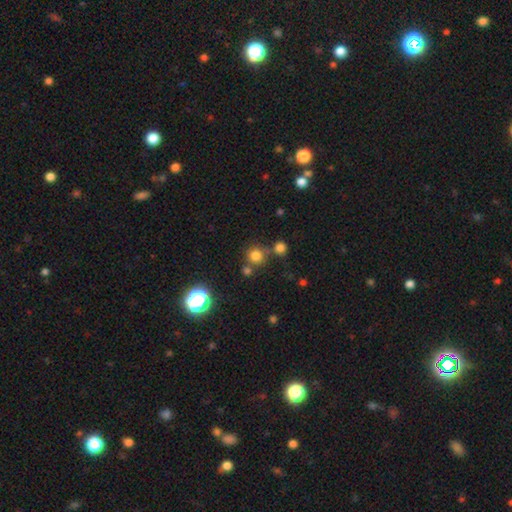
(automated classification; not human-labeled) Smooth or featured: smooth — 76% (star or artifact — 18%)
How rounded: round — 91% (in between — 8%)
Merging: none — 69% (merger — 19%)